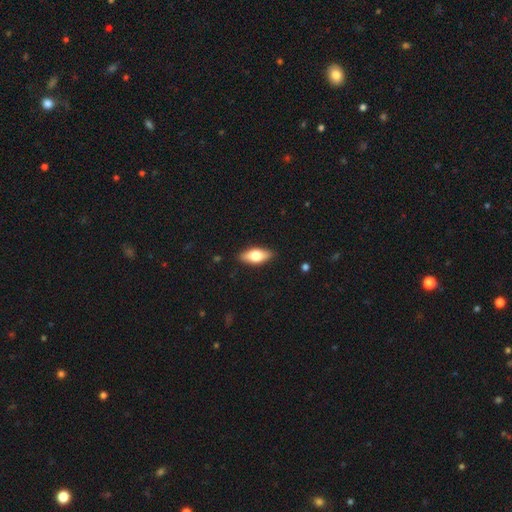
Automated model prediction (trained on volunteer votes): A smooth galaxy with no disk features (68%) that is in between round and cigar-shaped (82%).

Vote fractions:
- Smooth or featured? smooth: 68% / featured or disk: 26% / star or artifact: 6%
- How rounded? in between: 82% / cigar-shaped: 15% / round: 3%
- Merging? none: 87% / minor disturbance: 10% / major disturbance: 2% / merger: 1%